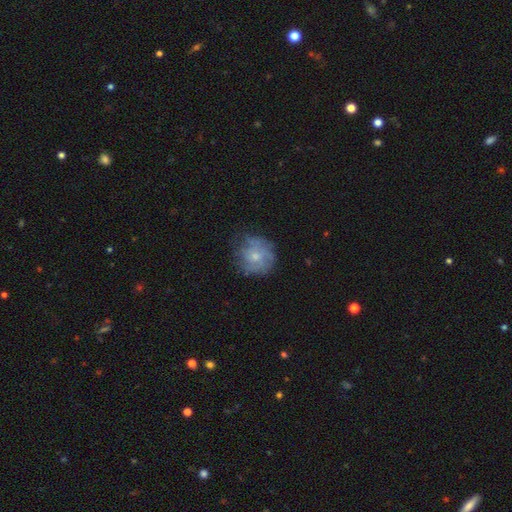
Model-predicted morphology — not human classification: A smooth galaxy with no disk features (47%).

Vote fractions:
- Smooth or featured? smooth: 47% / featured or disk: 44% / star or artifact: 9%
- Merging? none: 66% / minor disturbance: 23% / major disturbance: 10% / merger: 2%